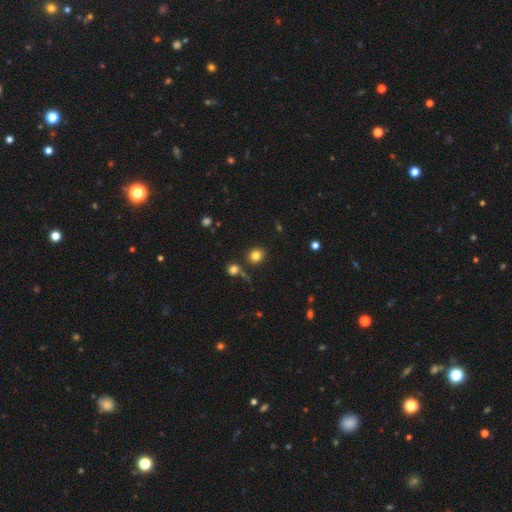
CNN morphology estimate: Smooth or featured? smooth (81%)
How rounded? round (85%)
Merging? none (81%)